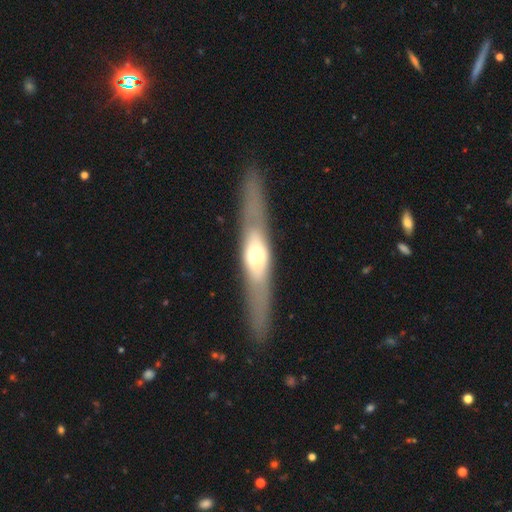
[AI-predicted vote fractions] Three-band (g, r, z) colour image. It shows a featured or disk galaxy (62%) viewed edge-on (82%) with a rounded central bulge (87%). Merging: none (86%).